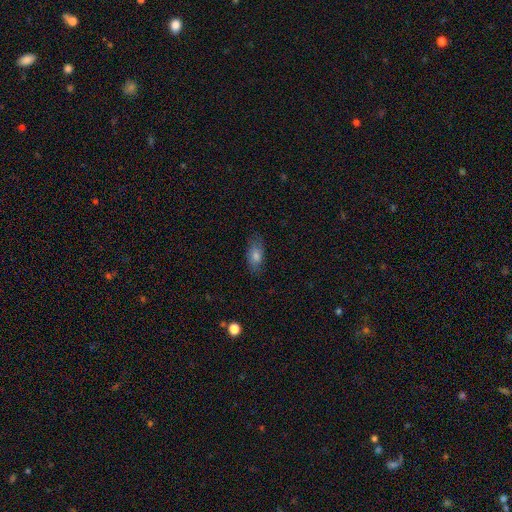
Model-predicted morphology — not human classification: The model was most divided on "smooth or featured": smooth: 71%, featured or disk: 20%, star or artifact: 10%. More confident: how rounded — in between (84%); merging — none (78%).